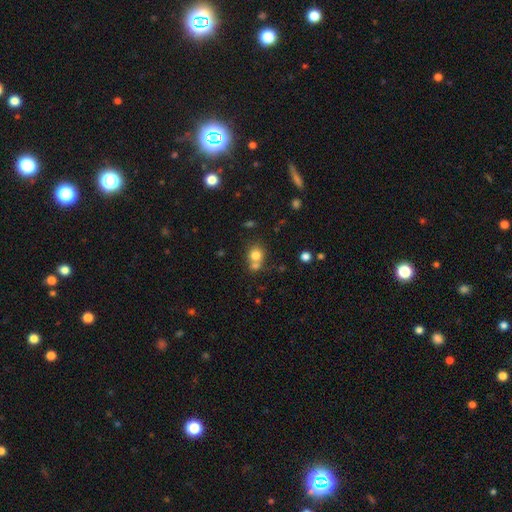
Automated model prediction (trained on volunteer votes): Smooth or featured? Predicted: smooth (p=0.77). How rounded? Predicted: round (p=0.79). Merging? Predicted: none (p=0.46).